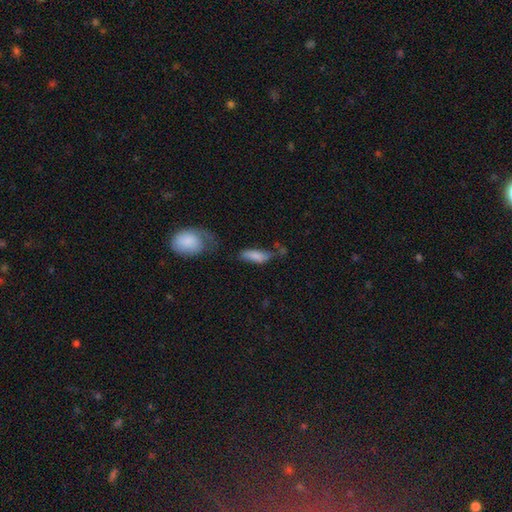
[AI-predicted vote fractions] This is likely a smooth galaxy (77%). How rounded: likely in between (64%). Merging: possibly none (46%).